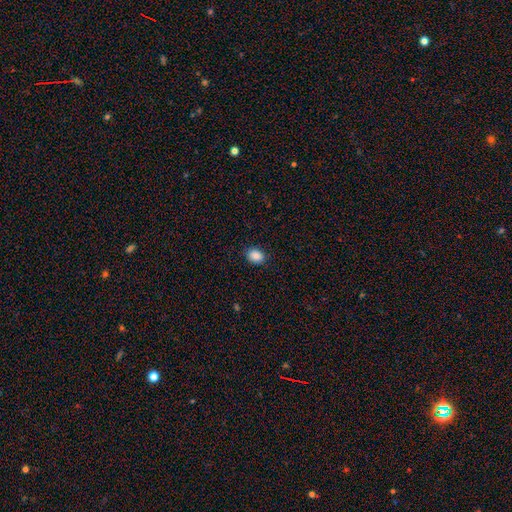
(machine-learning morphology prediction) The model was most divided on "how rounded": in between: 62%, round: 37%, cigar-shaped: 1%. More confident: smooth or featured — smooth (88%); merging — none (87%).